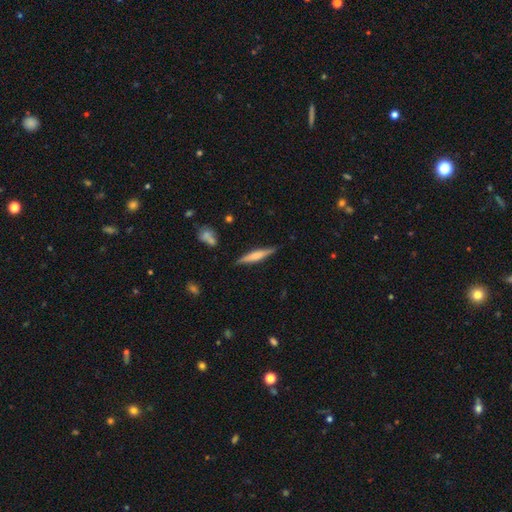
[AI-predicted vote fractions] featured or disk 50%, smooth 44%, star or artifact 6%. Down the decision tree: merging — none (87%).